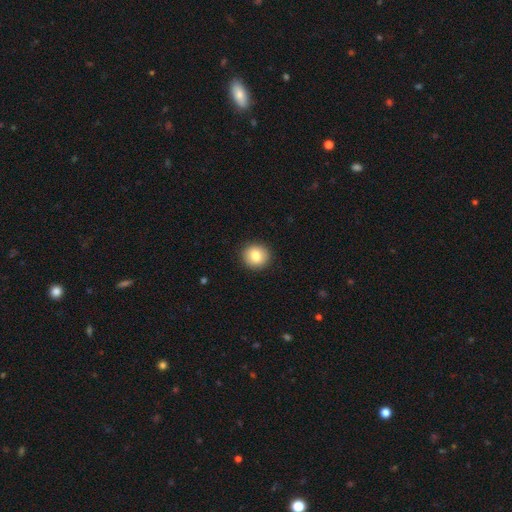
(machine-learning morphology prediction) Smooth or featured? Predicted: smooth (p=0.82). How rounded? Predicted: round (p=0.90). Merging? Predicted: none (p=0.92).